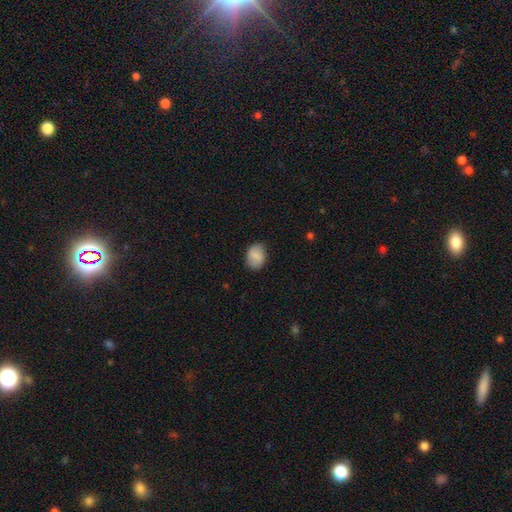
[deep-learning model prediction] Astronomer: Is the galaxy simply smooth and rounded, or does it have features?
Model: smooth — 80%.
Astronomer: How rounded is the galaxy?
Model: in between — 64%.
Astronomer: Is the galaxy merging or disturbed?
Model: none — 80%.